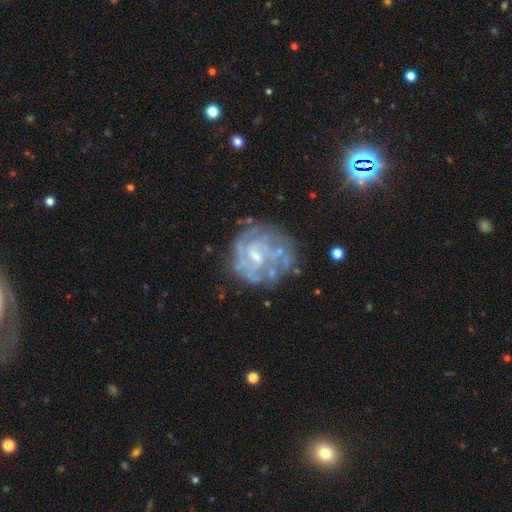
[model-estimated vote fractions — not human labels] featured or disk 77%, smooth 14%, star or artifact 8%. Down the decision tree: edge-on disk — no (98%); bar — no (49%); spiral arms — yes (60%); bulge size — small (53%); merging — none (56%).